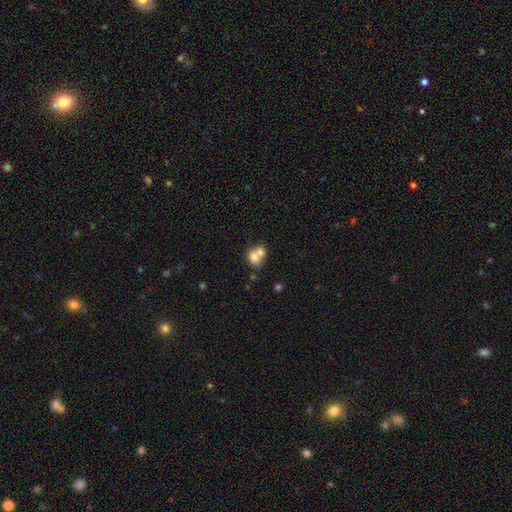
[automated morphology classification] Smooth or featured? Predicted: smooth (p=0.71). How rounded? Predicted: in between (p=0.57). Merging? Predicted: merger (p=0.64).